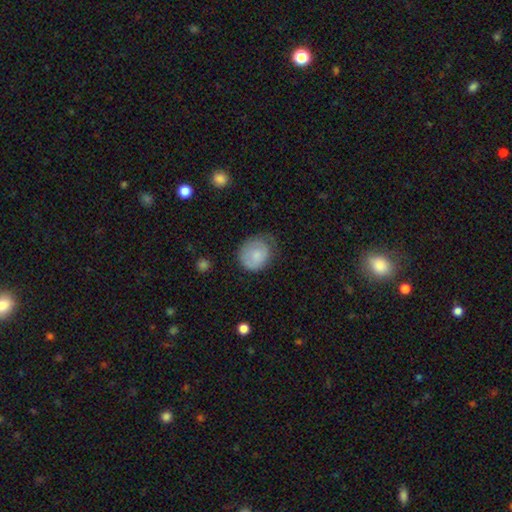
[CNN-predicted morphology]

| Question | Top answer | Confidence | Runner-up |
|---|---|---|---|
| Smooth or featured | smooth | 70% | featured or disk (24%) |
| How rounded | round | 73% | in between (26%) |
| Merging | none | 56% | minor disturbance (31%) |